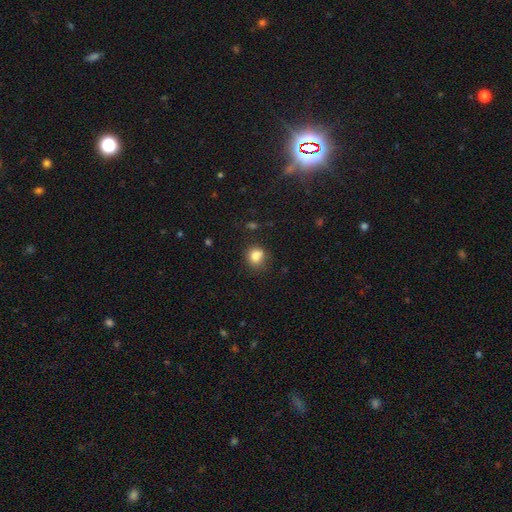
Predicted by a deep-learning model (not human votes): smooth 83%, star or artifact 11%, featured or disk 6%. Down the decision tree: how rounded — round (70%); merging — none (66%).